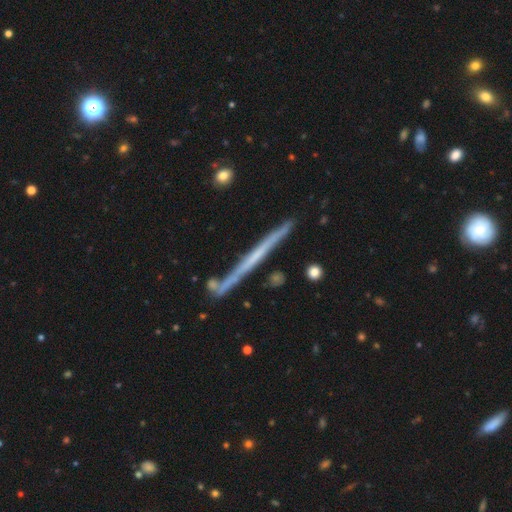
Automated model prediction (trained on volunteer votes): The model was most divided on "smooth or featured": featured or disk: 65%, smooth: 29%, star or artifact: 6%. More confident: edge-on disk — yes (97%); edge-on bulge — none (86%); merging — none (82%).